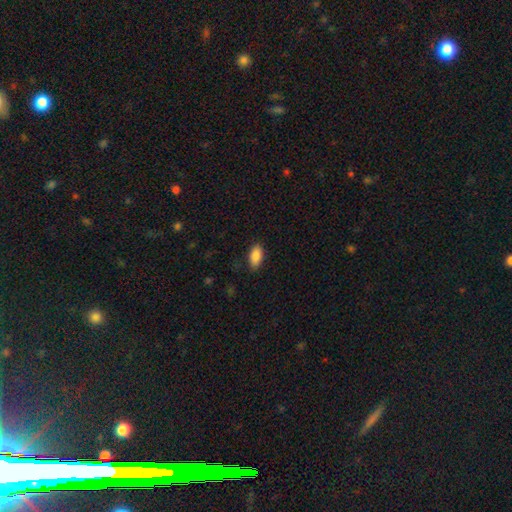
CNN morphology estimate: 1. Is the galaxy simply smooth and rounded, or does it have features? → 89% smooth, 7% star or artifact, 4% featured or disk.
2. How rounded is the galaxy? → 93% in between, 4% cigar-shaped, 3% round.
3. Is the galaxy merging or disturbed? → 86% none, 11% minor disturbance, 3% major disturbance, 1% merger.